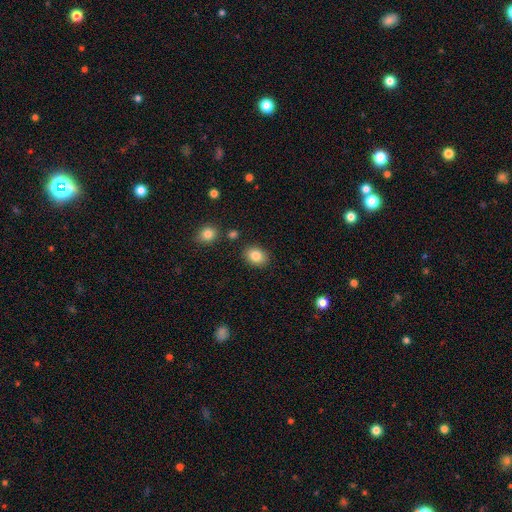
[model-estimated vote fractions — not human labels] Smooth or featured? smooth (84%)
How rounded? in between (64%)
Merging? none (86%)